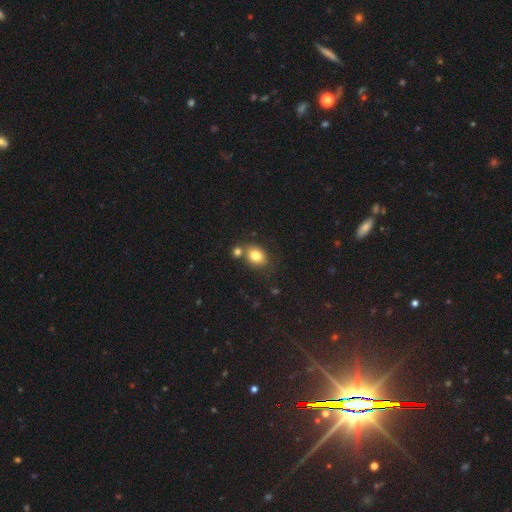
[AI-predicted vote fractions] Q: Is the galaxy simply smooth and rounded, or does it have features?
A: smooth — 80%.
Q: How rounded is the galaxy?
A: in between — 57%.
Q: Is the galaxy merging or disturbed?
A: none — 62%.